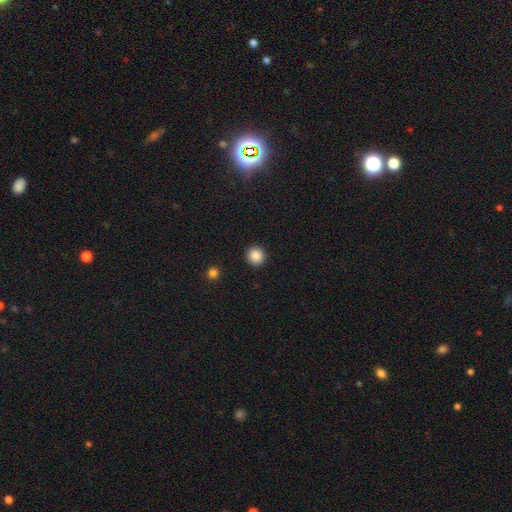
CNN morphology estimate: A smooth galaxy with no disk features (87%) that is round (91%). Merging: none (92%).